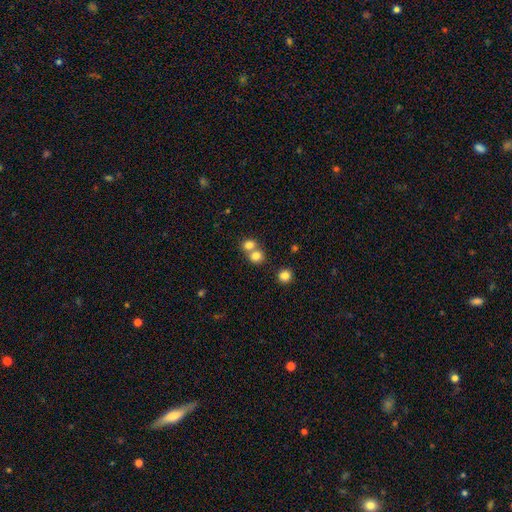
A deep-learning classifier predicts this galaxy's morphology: Q: Smooth or featured?
A: smooth (79%); runner-up: star or artifact (12%)
Q: How rounded?
A: round (73%); runner-up: in between (26%)
Q: Merging?
A: merger (52%); runner-up: none (40%)